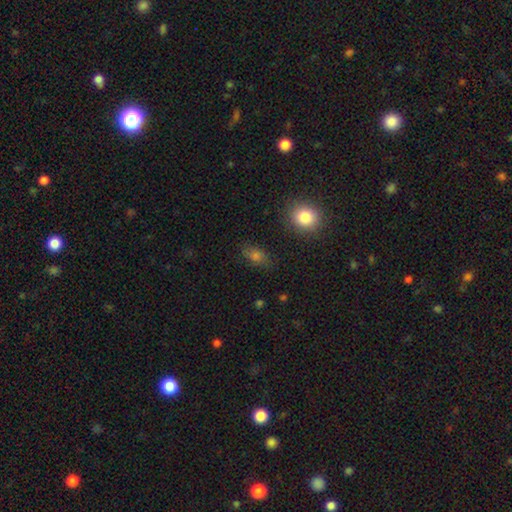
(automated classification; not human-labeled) The model was most divided on "how rounded": in between: 75%, round: 21%, cigar-shaped: 4%. More confident: merging — none (80%); smooth or featured — smooth (72%).